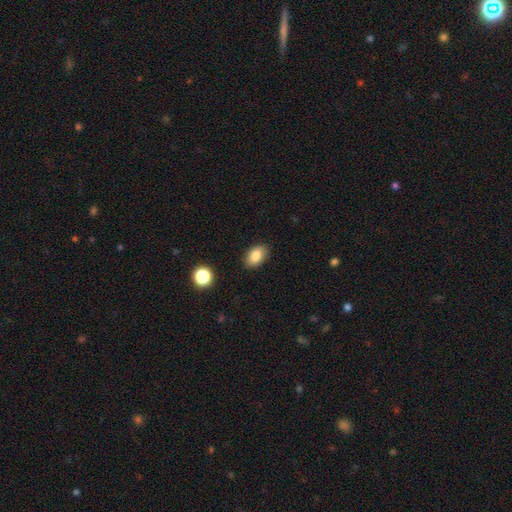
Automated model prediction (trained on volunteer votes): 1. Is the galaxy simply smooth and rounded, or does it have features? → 84% smooth, 9% star or artifact, 7% featured or disk.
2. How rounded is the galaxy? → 89% in between, 10% round, 1% cigar-shaped.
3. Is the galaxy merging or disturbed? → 86% none, 10% minor disturbance, 2% major disturbance, 1% merger.